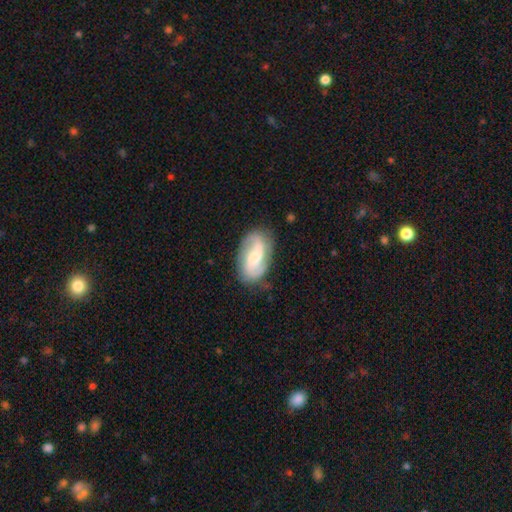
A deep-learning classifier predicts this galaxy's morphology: Smooth or featured? Predicted: featured or disk (p=0.77). Edge-on disk? Predicted: no (p=0.96). Bar? Predicted: weak (p=0.46). Spiral arms? Predicted: yes (p=0.95). Spiral winding? Predicted: medium (p=0.45). Spiral arm count? Predicted: 2 (p=0.83). Bulge size? Predicted: moderate (p=0.47). Merging? Predicted: none (p=0.79).